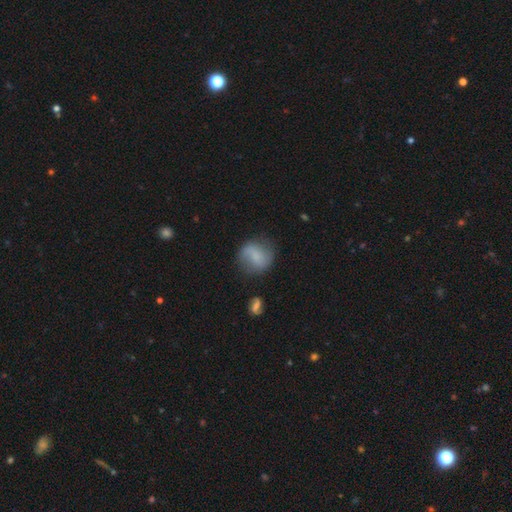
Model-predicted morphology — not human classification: Smooth or featured? Predicted: smooth (p=0.54). How rounded? Predicted: round (p=0.76). Merging? Predicted: none (p=0.67).